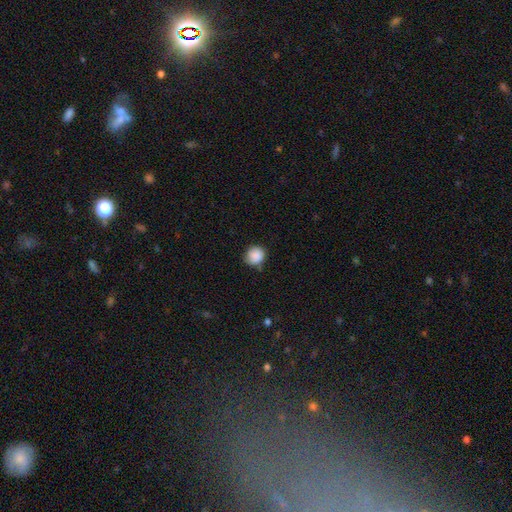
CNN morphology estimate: This is clearly a smooth galaxy (88%). How rounded: clearly round (86%). Merging: likely none (72%).